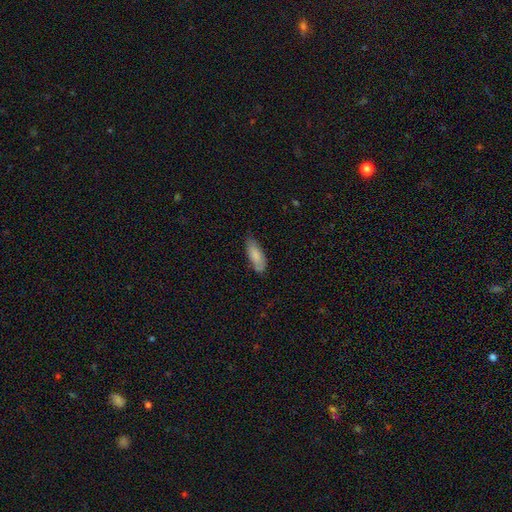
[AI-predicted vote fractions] This appears to be a smooth galaxy with no disk features (83%) that is in between round and cigar-shaped (72%). Merging: none (71%).